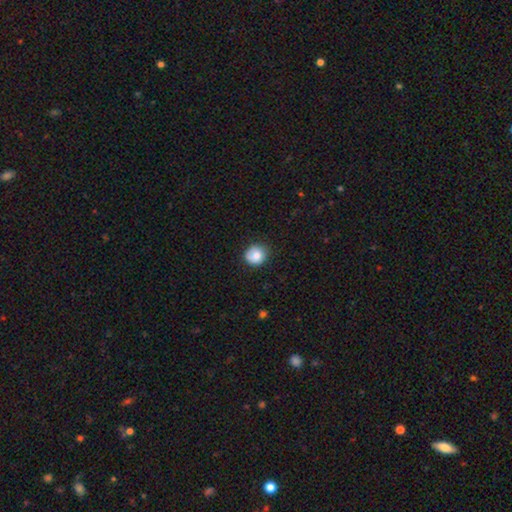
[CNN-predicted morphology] smooth 80%, featured or disk 11%, star or artifact 9%. Down the decision tree: how rounded — round (85%); merging — none (76%).